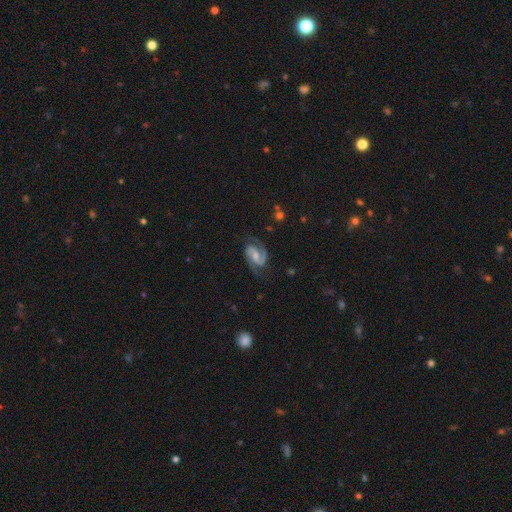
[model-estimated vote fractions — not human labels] Overall: featured or disk (90%). Edge-on disk: no (98%). Bar: weak (48%; no 33%). Spiral arms: yes (98%). Spiral arm count: 2 (93%). Spiral winding: medium (58%; tight 27%). Bulge size: moderate (44%; small 40%). Merging: none (77%).